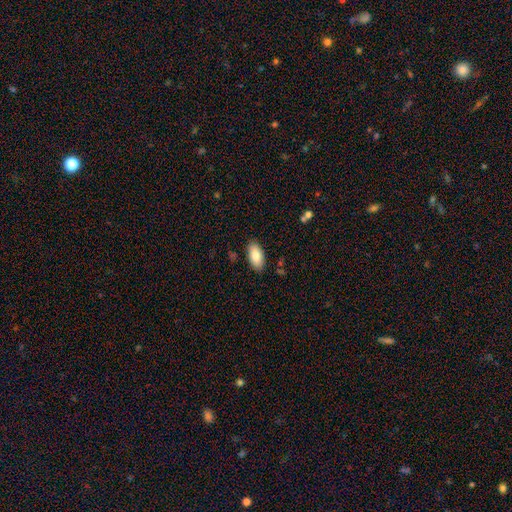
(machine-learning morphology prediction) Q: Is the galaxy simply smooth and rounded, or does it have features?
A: smooth — 83%.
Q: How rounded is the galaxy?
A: in between — 93%.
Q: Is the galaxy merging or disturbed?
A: none — 87%.